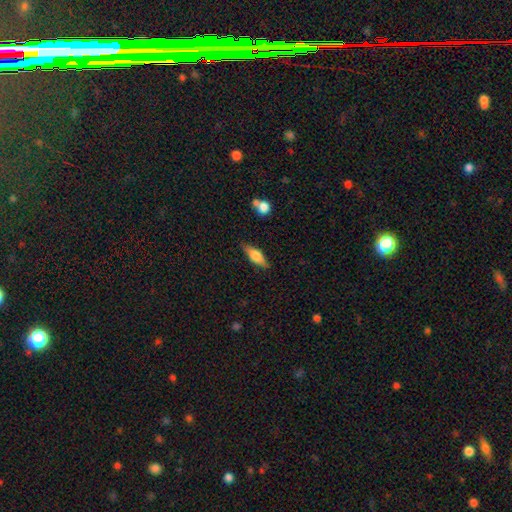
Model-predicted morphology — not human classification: smooth_or_featured: smooth (p=0.54) [alt: featured or disk p=0.39]
how_rounded: in between (p=0.59) [alt: cigar-shaped p=0.37]
merging: none (p=0.82) [alt: minor disturbance p=0.13]